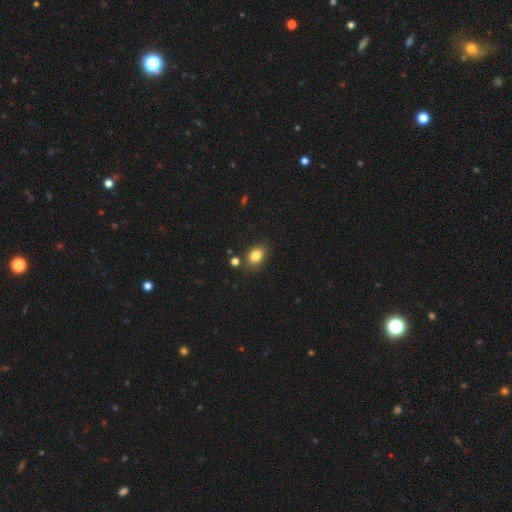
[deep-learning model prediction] Smooth or featured: smooth — 83% (star or artifact — 10%)
How rounded: in between — 70% (round — 29%)
Merging: none — 81% (minor disturbance — 11%)